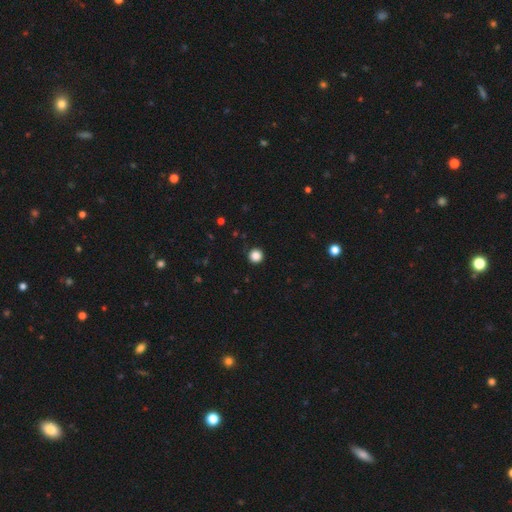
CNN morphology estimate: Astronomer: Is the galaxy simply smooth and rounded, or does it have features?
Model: smooth — 86%.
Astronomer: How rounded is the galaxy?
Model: round — 96%.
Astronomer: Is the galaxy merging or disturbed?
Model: none — 92%.